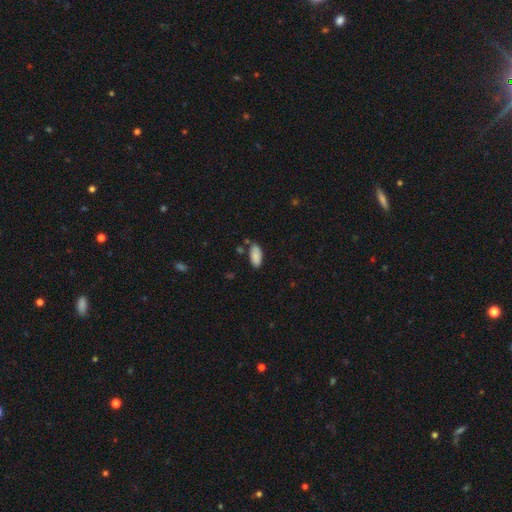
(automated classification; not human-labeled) smooth-or-featured: smooth: 88% | star or artifact: 7% | featured or disk: 5%
  how-rounded: in between: 91% | cigar-shaped: 7% | round: 2%
  merging: none: 71% | minor disturbance: 18% | merger: 7% | major disturbance: 4%